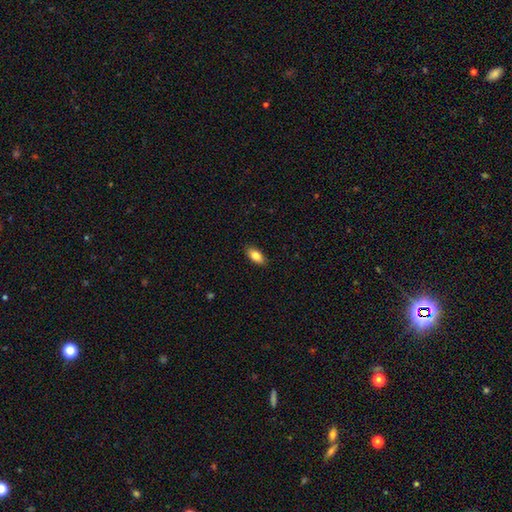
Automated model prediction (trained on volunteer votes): Overall: smooth (83%). How rounded: in between (90%). Merging: none (88%).